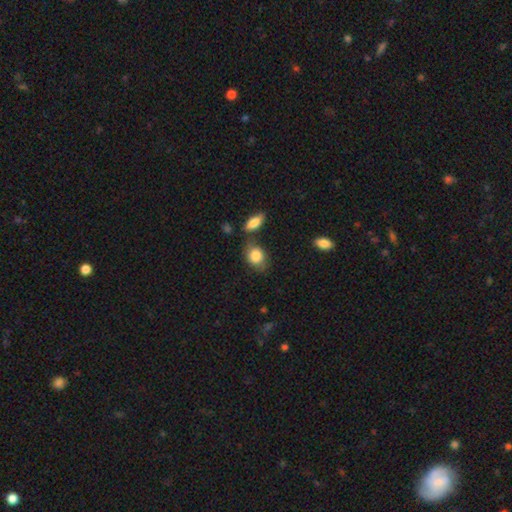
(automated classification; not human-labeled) A smooth galaxy with no disk features (84%) that is in between round and cigar-shaped (60%).

Vote fractions:
- Smooth or featured? smooth: 84% / featured or disk: 9% / star or artifact: 7%
- How rounded? in between: 60% / round: 39% / cigar-shaped: 2%
- Merging? none: 62% / minor disturbance: 20% / merger: 12% / major disturbance: 6%